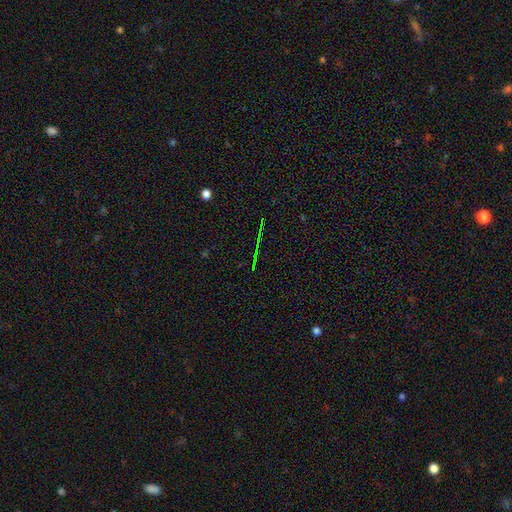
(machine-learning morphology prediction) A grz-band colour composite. It shows a star or artifact, not a galaxy (76%).